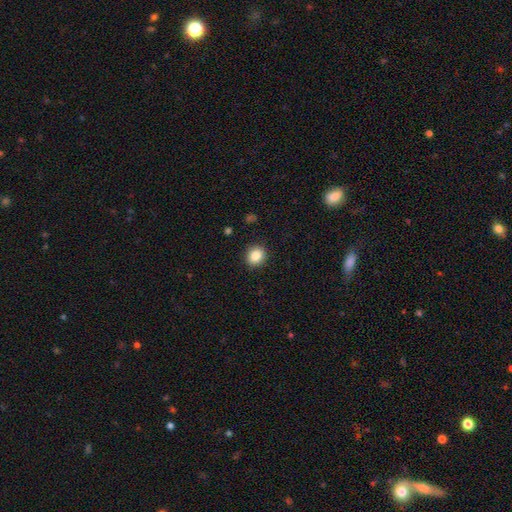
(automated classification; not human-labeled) The model was most divided on "how rounded": round: 72%, in between: 27%, cigar-shaped: 1%. More confident: merging — none (90%); smooth or featured — smooth (86%).